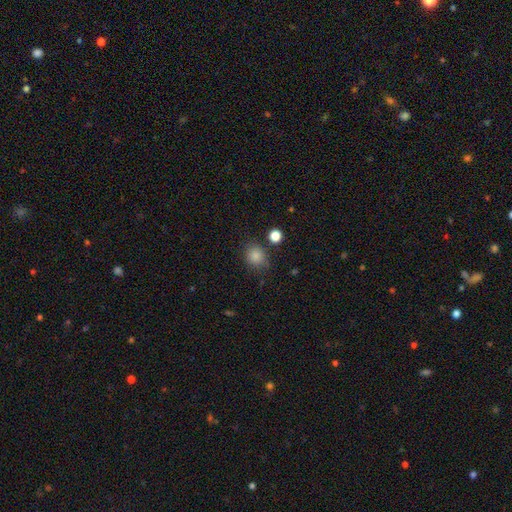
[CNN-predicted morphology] Overall: smooth (84%). How rounded: round (73%). Merging: none (76%).